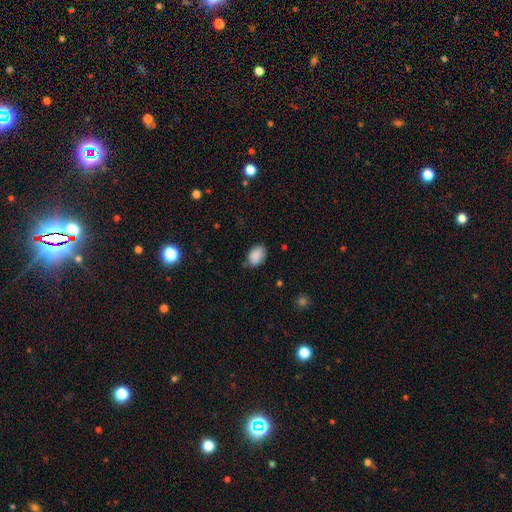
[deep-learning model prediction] smooth 88%, star or artifact 8%, featured or disk 4%. Down the decision tree: how rounded — in between (83%); merging — none (72%).